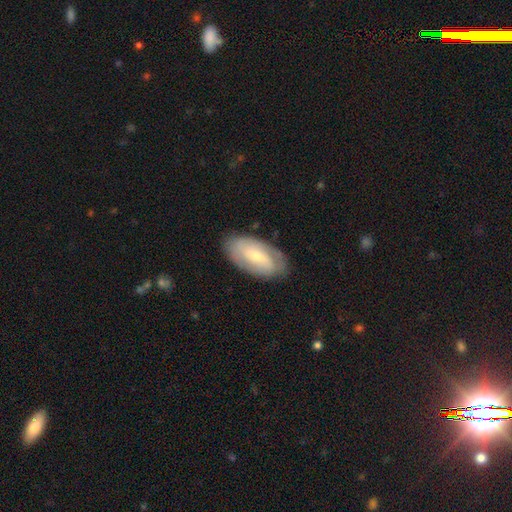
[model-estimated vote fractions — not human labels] Q: Smooth or featured?
A: featured or disk (58%); runner-up: smooth (36%)
Q: Edge-on disk?
A: no (92%); runner-up: yes (8%)
Q: Bar?
A: no (41%); runner-up: weak (40%)
Q: Spiral arms?
A: yes (74%); runner-up: no (26%)
Q: Bulge size?
A: small (67%); runner-up: moderate (29%)
Q: Merging?
A: none (82%); runner-up: minor disturbance (14%)